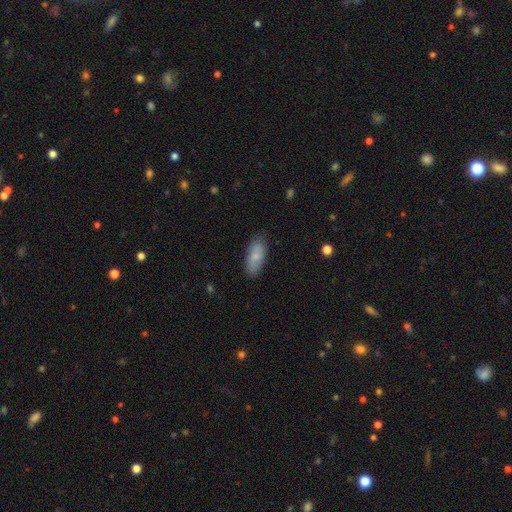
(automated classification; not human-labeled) Q: Smooth or featured?
A: smooth (81%); runner-up: featured or disk (13%)
Q: How rounded?
A: in between (85%); runner-up: cigar-shaped (13%)
Q: Merging?
A: none (78%); runner-up: minor disturbance (17%)